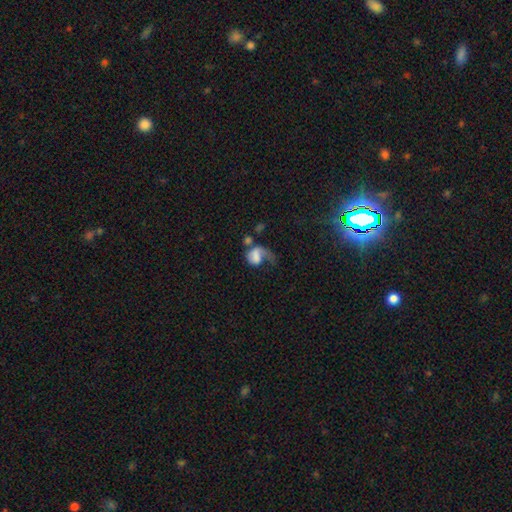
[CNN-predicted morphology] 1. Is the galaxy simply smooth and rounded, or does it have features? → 54% smooth, 36% featured or disk, 9% star or artifact.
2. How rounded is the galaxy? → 62% in between, 36% round, 1% cigar-shaped.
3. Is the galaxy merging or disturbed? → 52% major disturbance, 18% none, 15% minor disturbance, 14% merger.